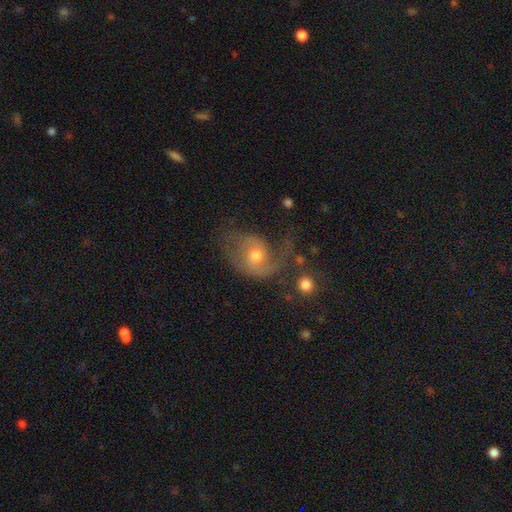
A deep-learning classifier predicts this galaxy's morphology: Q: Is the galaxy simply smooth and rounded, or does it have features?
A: featured or disk — 69%.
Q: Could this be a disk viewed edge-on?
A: no — 97%.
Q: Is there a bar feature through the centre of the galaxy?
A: no — 67%.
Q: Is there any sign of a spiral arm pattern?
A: yes — 86%.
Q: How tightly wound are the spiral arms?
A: loose — 42%.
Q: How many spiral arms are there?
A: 2 — 50%.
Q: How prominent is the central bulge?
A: moderate — 66%.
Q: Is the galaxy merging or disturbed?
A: none — 37%.